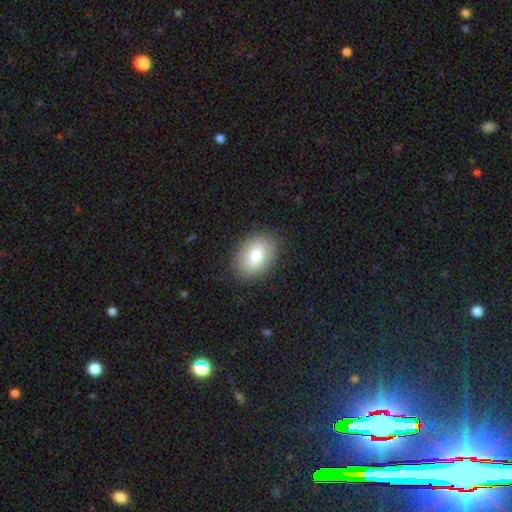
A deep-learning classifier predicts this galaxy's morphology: type=smooth (76%); roundness=in between (75%); merging=none (86%).